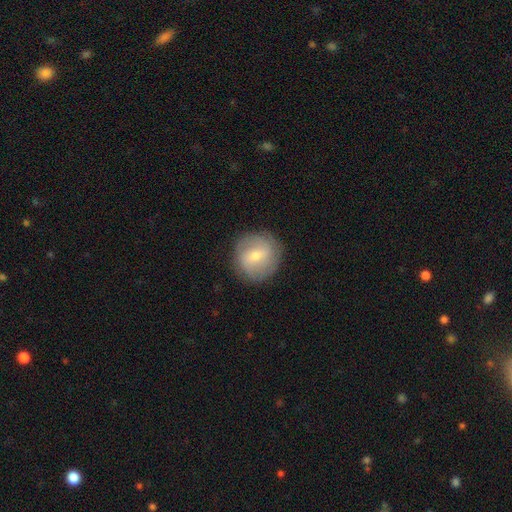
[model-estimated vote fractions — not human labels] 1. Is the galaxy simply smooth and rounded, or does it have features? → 48% smooth, 44% featured or disk, 8% star or artifact.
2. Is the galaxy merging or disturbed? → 86% none, 9% minor disturbance, 3% major disturbance, 1% merger.